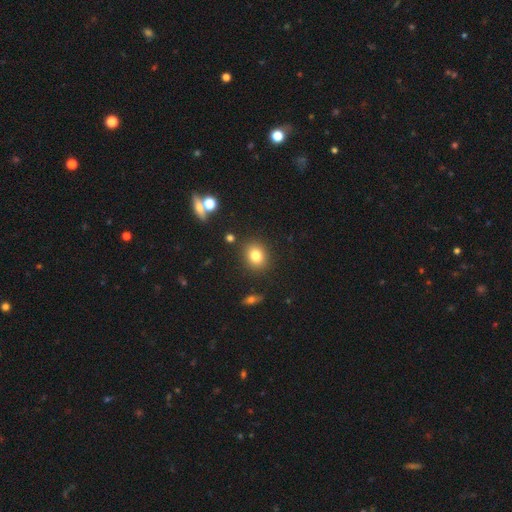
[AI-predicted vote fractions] A smooth galaxy with no disk features (80%) that is round (66%). Merging: none (86%).